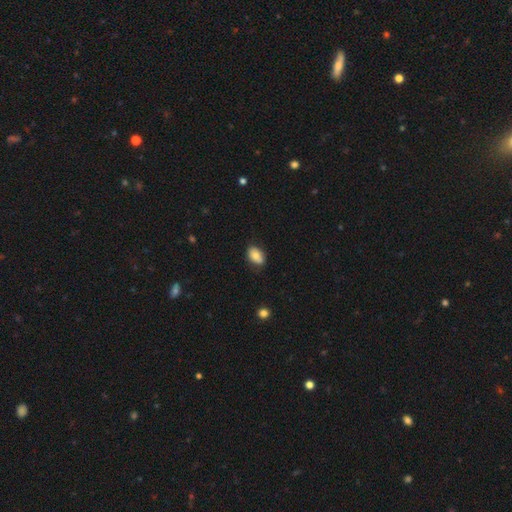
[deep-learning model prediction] Morphology: type=smooth (82%); roundness=in between (88%); merging=none (75%).